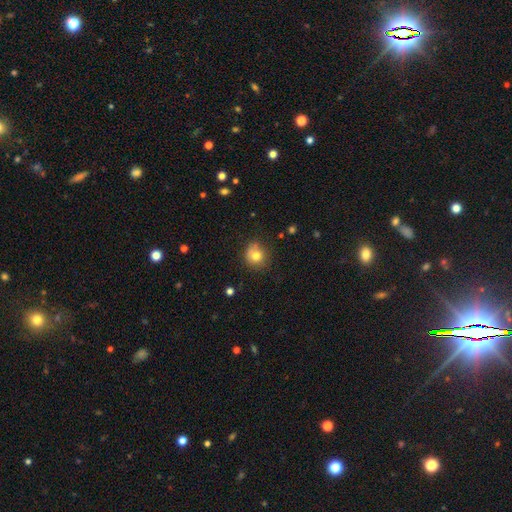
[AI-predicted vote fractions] Morphology: type=smooth (77%); roundness=round (85%); merging=none (71%).